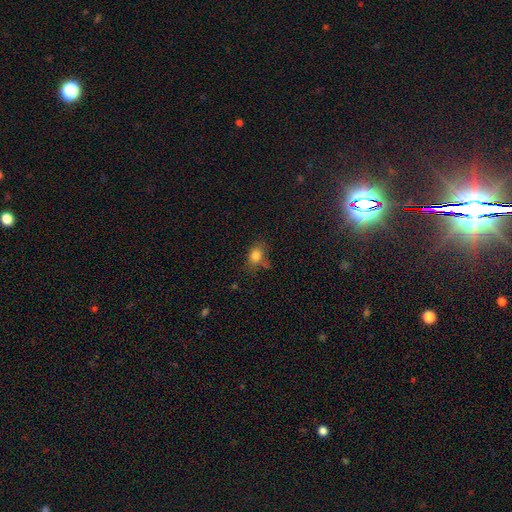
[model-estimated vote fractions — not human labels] This appears to be a smooth galaxy with no disk features (81%) that is in between round and cigar-shaped (67%). Merging: none (61%).